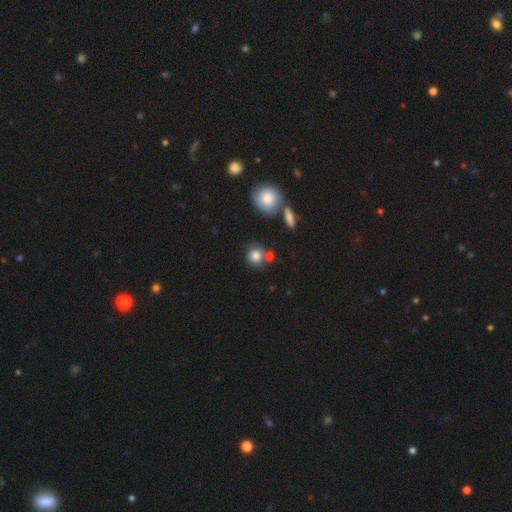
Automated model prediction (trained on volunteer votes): Smooth or featured: smooth — 81% (star or artifact — 11%)
How rounded: round — 87% (in between — 12%)
Merging: none — 65% (merger — 18%)